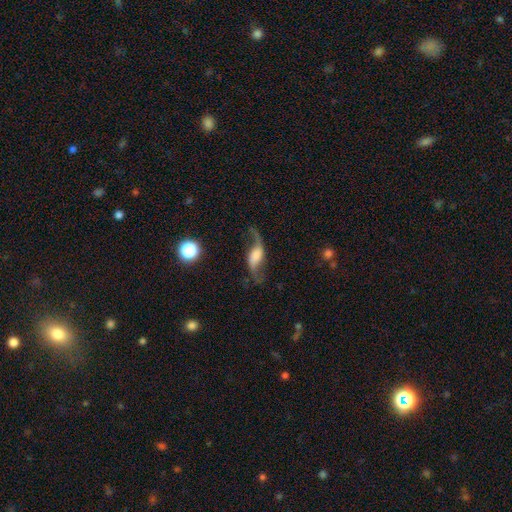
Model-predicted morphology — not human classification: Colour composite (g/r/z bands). It shows a featured or disk galaxy (79%) with a weak bar (39%), 2 (93%) loose (93%) spiral arms (95%) and a large central bulge (27%). Merging: none (68%).